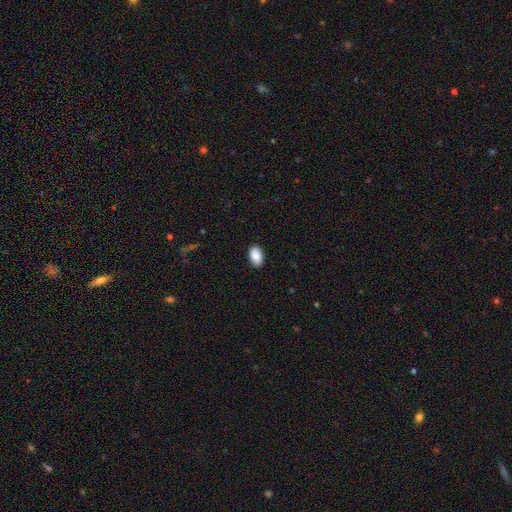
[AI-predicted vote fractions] Smooth or featured: smooth — 86% (featured or disk — 7%)
How rounded: in between — 91% (round — 8%)
Merging: none — 88% (minor disturbance — 10%)